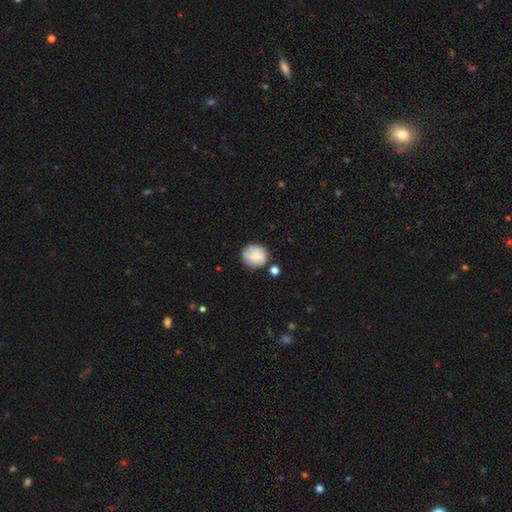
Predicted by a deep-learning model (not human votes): Q: Smooth or featured?
A: smooth (72%); runner-up: featured or disk (20%)
Q: How rounded?
A: round (79%); runner-up: in between (20%)
Q: Merging?
A: none (69%); runner-up: minor disturbance (19%)